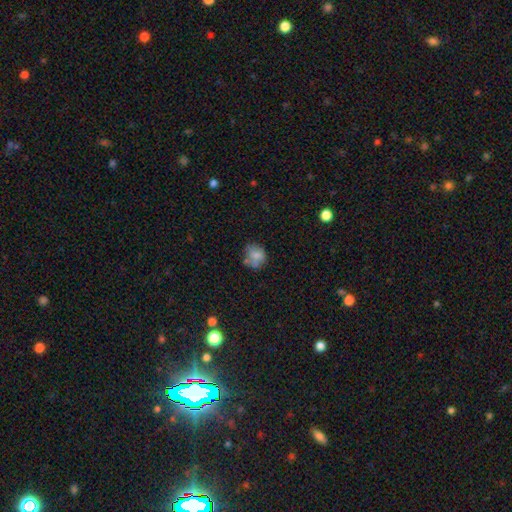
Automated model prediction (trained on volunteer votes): Morphology: type=smooth (68%); roundness=round (65%); merging=none (52%).